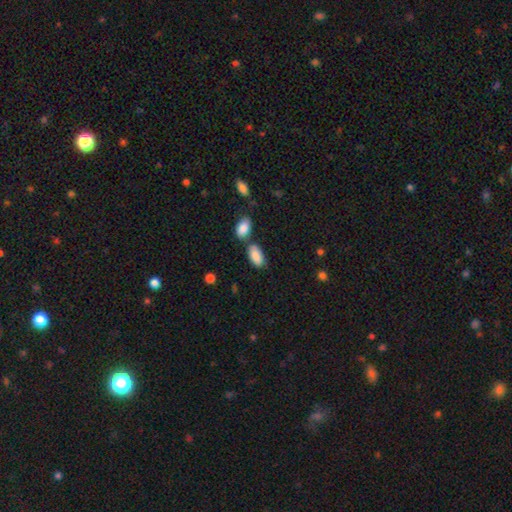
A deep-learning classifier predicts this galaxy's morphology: smooth_or_featured: smooth (p=0.87) [alt: featured or disk p=0.07]
how_rounded: in between (p=0.93) [alt: cigar-shaped p=0.04]
merging: none (p=0.61) [alt: merger p=0.19]